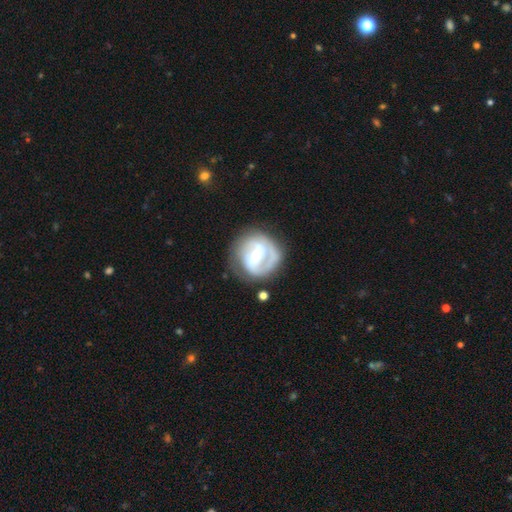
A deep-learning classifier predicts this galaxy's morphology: featured or disk 76%, smooth 19%, star or artifact 5%. Down the decision tree: edge-on disk — no (97%); bar — weak (43%); spiral arms — yes (82%); spiral arm count — 2 (53%); spiral winding — tight (48%); bulge size — small (55%); merging — none (64%).